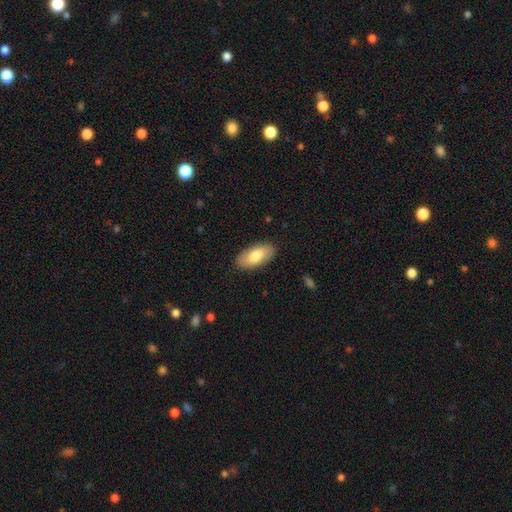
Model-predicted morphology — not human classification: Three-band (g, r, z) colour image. It shows a smooth galaxy with no disk features (73%) that is in between round and cigar-shaped (92%). Merging: none (87%).